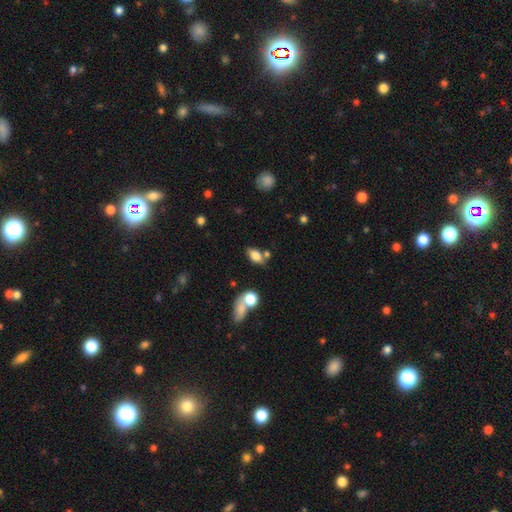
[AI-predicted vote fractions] smooth 77%, featured or disk 14%, star or artifact 9%. Down the decision tree: how rounded — in between (87%); merging — none (65%).